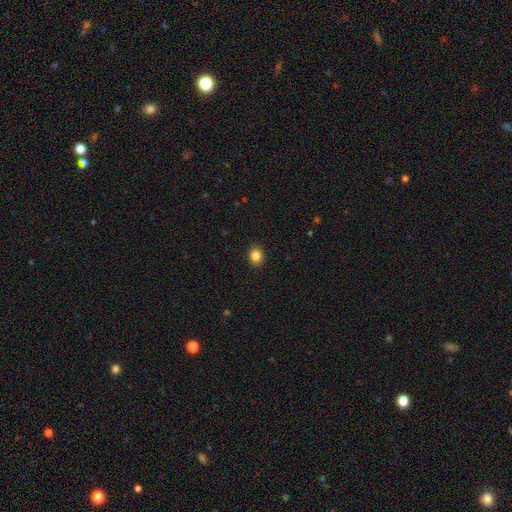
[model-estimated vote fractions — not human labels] Overall: smooth (85%). How rounded: round (61%; in between 38%). Merging: none (92%).